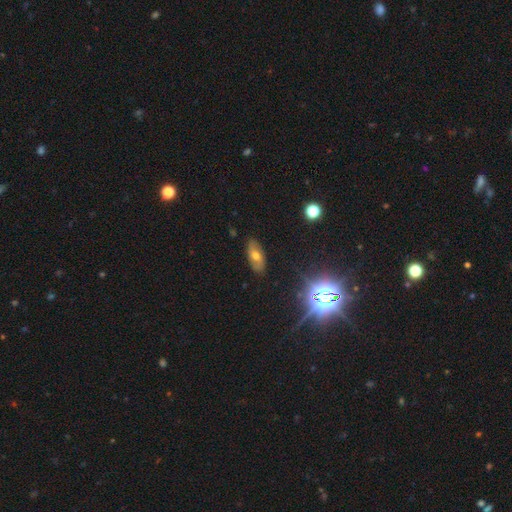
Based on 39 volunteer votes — Smooth or featured: smooth — 56% (featured or disk — 38%)
How rounded: in between — 95% (cigar-shaped — 5%)
Merging: none — 86% (minor disturbance — 11%)